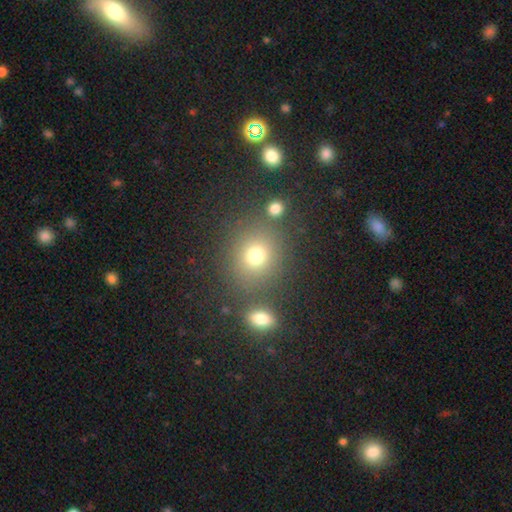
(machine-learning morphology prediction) This is likely a smooth galaxy (75%). How rounded: likely round (78%). Merging: likely none (74%).